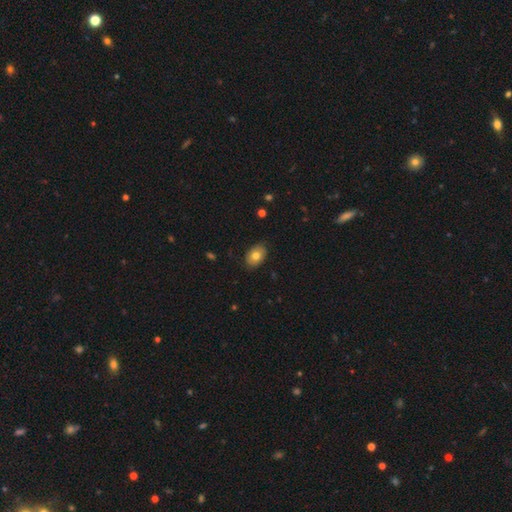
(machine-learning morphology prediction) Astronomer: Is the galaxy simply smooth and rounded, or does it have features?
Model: smooth — 76%.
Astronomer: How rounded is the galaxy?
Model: in between — 83%.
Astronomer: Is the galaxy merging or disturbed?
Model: none — 85%.